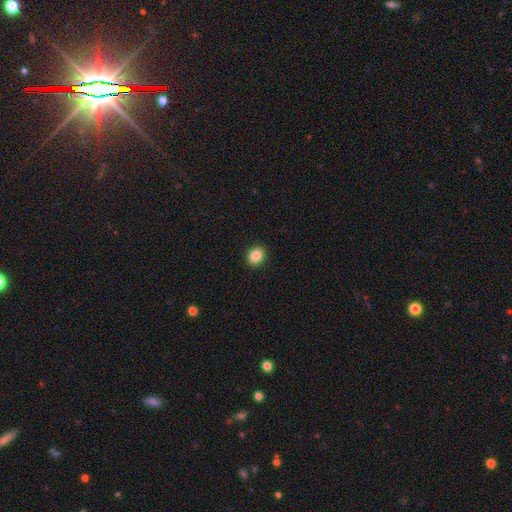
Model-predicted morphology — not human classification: Smooth or featured?
  - smooth: 85% *
  - star or artifact: 9%
  - featured or disk: 5%
How rounded?
  - round: 59% *
  - in between: 41%
  - cigar-shaped: 1%
Merging?
  - none: 92% *
  - minor disturbance: 6%
  - major disturbance: 2%
  - merger: 1%